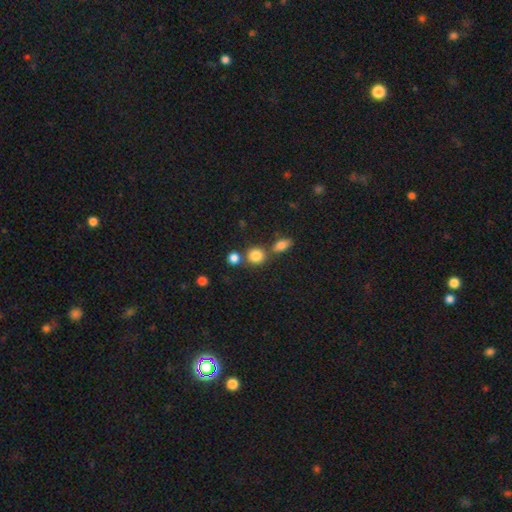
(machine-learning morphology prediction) Smooth or featured? smooth (83%)
How rounded? round (83%)
Merging? none (64%)